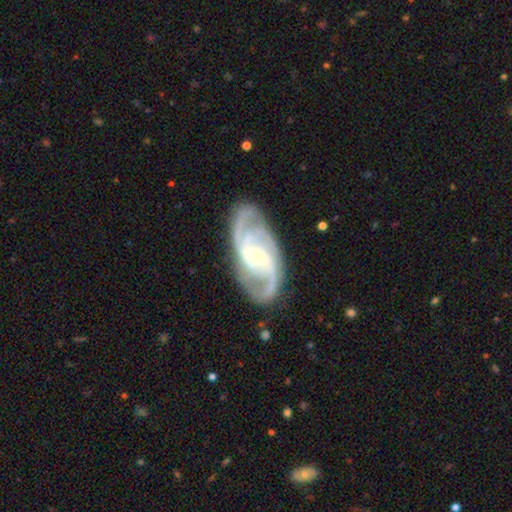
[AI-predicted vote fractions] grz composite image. It shows a featured or disk galaxy (91%) with a weak bar (47%), 2 (57%) medium (54%) spiral arms (98%) and a small central bulge (61%). Merging: none (81%).